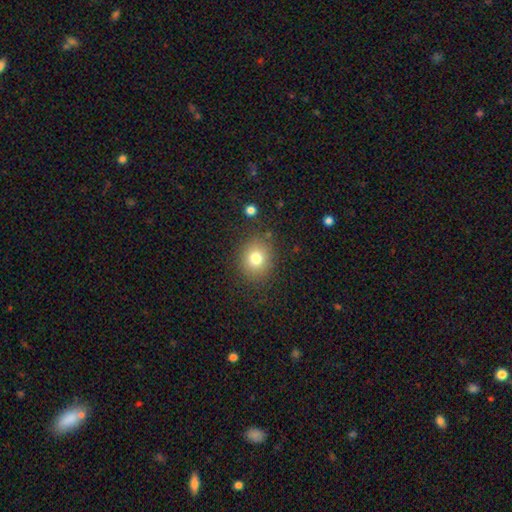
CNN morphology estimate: smooth_or_featured: smooth (p=0.78) [alt: star or artifact p=0.13]
how_rounded: round (p=0.75) [alt: in between p=0.24]
merging: none (p=0.86) [alt: minor disturbance p=0.09]